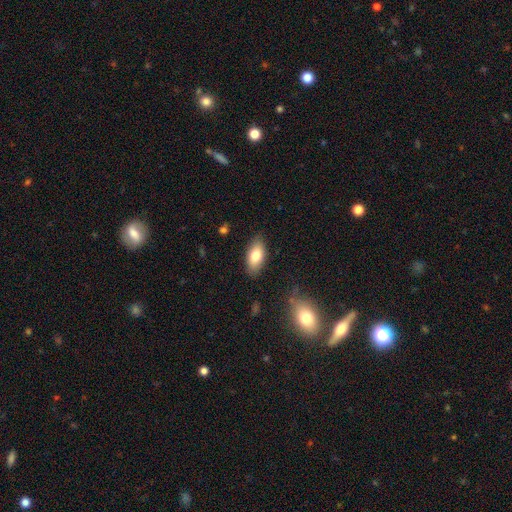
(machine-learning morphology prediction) A smooth galaxy with no disk features (78%) that is in between round and cigar-shaped (89%).

Vote fractions:
- Smooth or featured? smooth: 78% / featured or disk: 15% / star or artifact: 7%
- How rounded? in between: 89% / cigar-shaped: 8% / round: 3%
- Merging? none: 86% / minor disturbance: 11% / major disturbance: 2% / merger: 1%